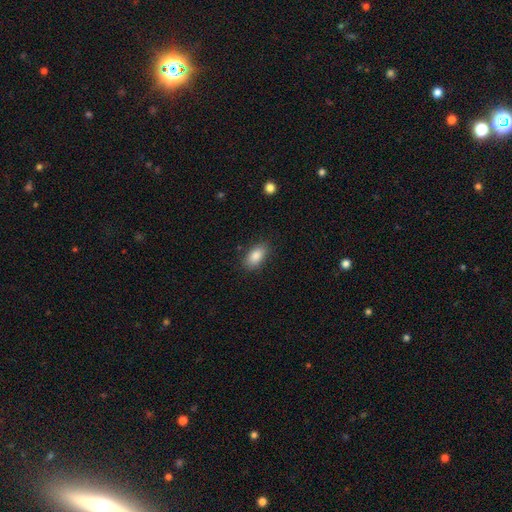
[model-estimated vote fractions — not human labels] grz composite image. It shows a smooth galaxy with no disk features (86%) that is in between round and cigar-shaped (91%). Merging: none (85%).